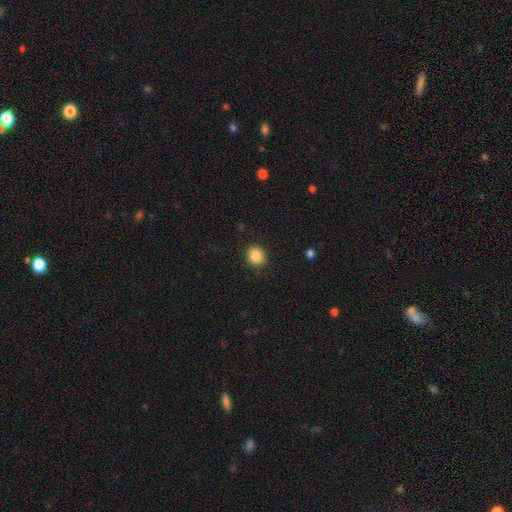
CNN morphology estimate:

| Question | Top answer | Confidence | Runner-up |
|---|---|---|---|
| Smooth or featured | smooth | 86% | star or artifact (9%) |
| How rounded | round | 66% | in between (33%) |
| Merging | none | 88% | minor disturbance (9%) |